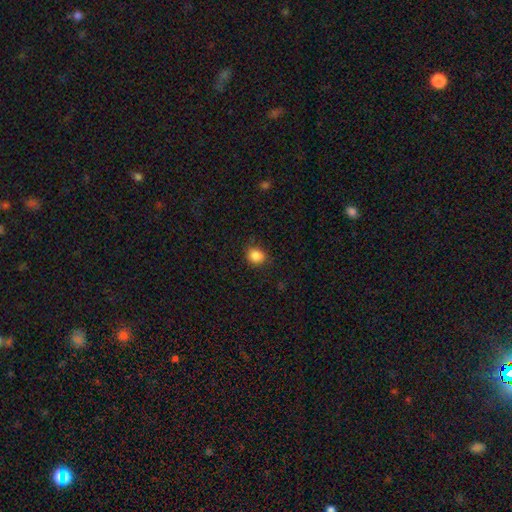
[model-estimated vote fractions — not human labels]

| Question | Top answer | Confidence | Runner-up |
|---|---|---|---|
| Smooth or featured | smooth | 86% | star or artifact (10%) |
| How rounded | round | 71% | in between (28%) |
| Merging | none | 80% | minor disturbance (15%) |